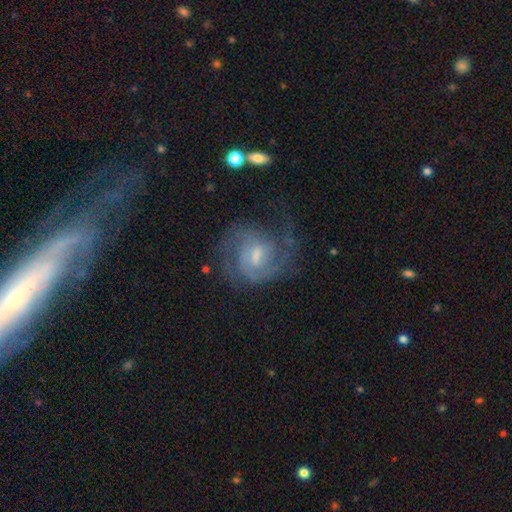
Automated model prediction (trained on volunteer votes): smooth_or_featured: featured or disk (p=0.85) [alt: smooth p=0.09]
disk_edge_on: no (p=0.97) [alt: yes p=0.03]
bar: weak (p=0.62) [alt: no p=0.22]
has_spiral_arms: yes (p=0.96) [alt: no p=0.04]
spiral_winding: tight (p=0.45) [alt: medium p=0.44]
spiral_arm_count: 2 (p=0.54) [alt: can't tell p=0.18]
bulge_size: small (p=0.48) [alt: moderate p=0.37]
merging: none (p=0.62) [alt: minor disturbance p=0.18]